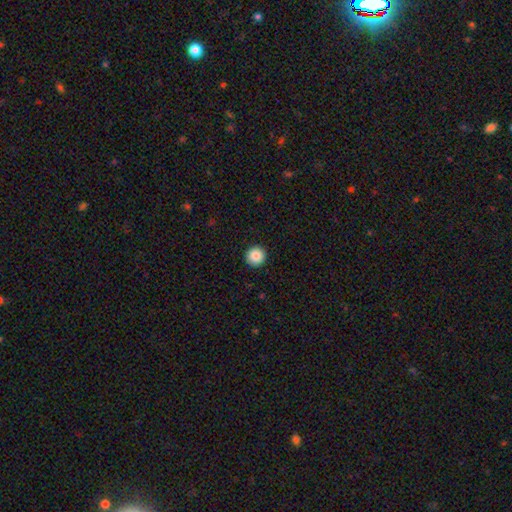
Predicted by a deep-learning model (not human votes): This appears to be a smooth galaxy with no disk features (88%) that is round (96%). Merging: none (94%).